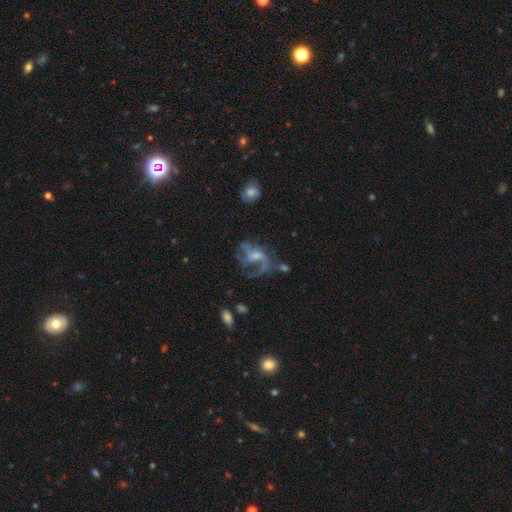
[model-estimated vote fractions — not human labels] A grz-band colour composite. It shows a featured or disk galaxy (72%) with no bar (48%), loose (46%) spiral arms (73%) and a small central bulge (44%). Merging: major disturbance (40%).